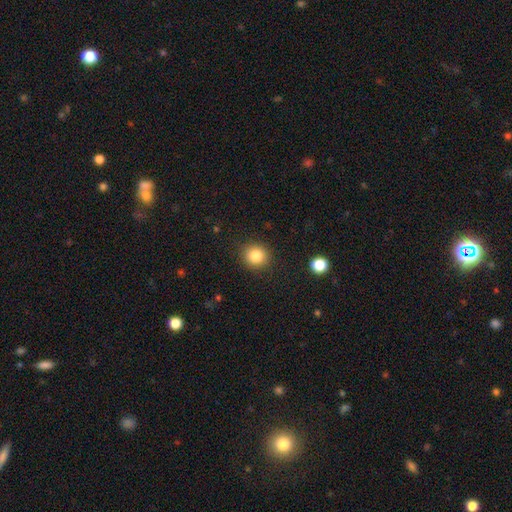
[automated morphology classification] smooth_or_featured: smooth (p=0.84) [alt: star or artifact p=0.11]
how_rounded: round (p=0.88) [alt: in between p=0.12]
merging: none (p=0.90) [alt: minor disturbance p=0.07]